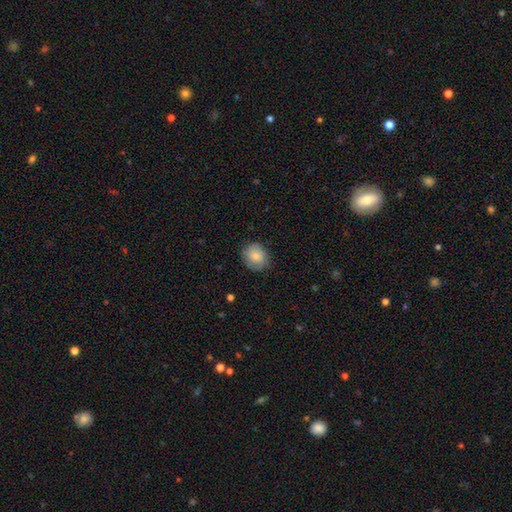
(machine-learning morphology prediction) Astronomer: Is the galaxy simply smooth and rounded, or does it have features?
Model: smooth — 74%.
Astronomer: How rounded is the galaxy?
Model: round — 75%.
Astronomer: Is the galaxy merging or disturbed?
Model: none — 78%.